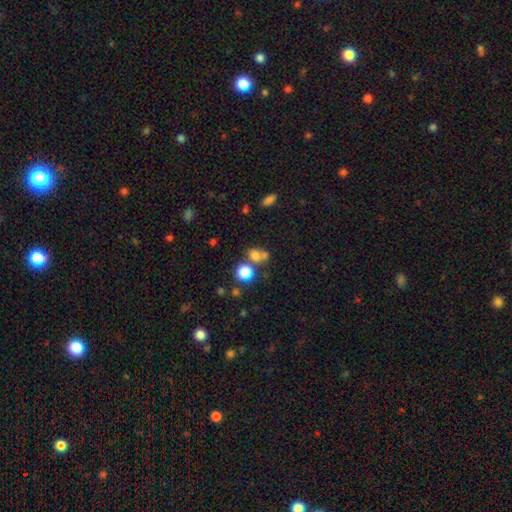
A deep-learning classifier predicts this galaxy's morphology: A smooth galaxy with no disk features (72%) that is round (73%).

Vote fractions:
- Smooth or featured? smooth: 72% / star or artifact: 19% / featured or disk: 10%
- How rounded? round: 73% / in between: 26% / cigar-shaped: 1%
- Merging? none: 47% / merger: 38% / minor disturbance: 9% / major disturbance: 5%